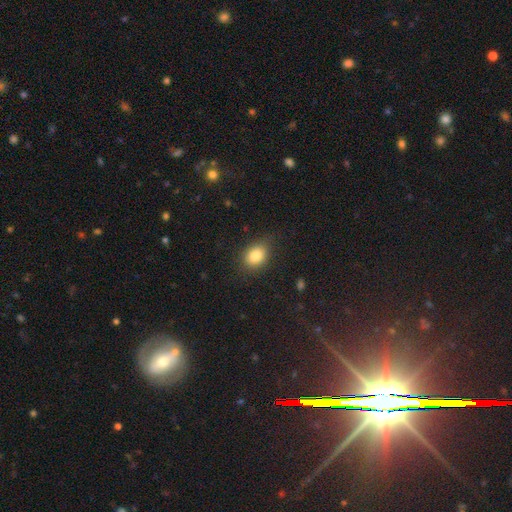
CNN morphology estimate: Q: Smooth or featured?
A: smooth (82%); runner-up: star or artifact (10%)
Q: How rounded?
A: in between (61%); runner-up: round (38%)
Q: Merging?
A: none (77%); runner-up: minor disturbance (17%)